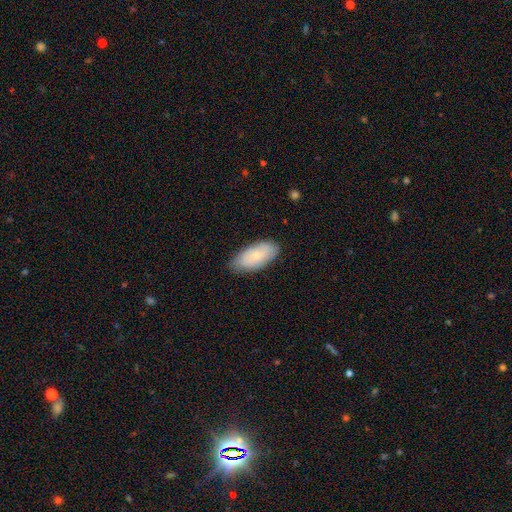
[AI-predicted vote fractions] Smooth or featured?
  - smooth: 71% *
  - featured or disk: 23%
  - star or artifact: 6%
How rounded?
  - in between: 91% *
  - cigar-shaped: 6%
  - round: 2%
Merging?
  - none: 79% *
  - minor disturbance: 17%
  - major disturbance: 3%
  - merger: 1%